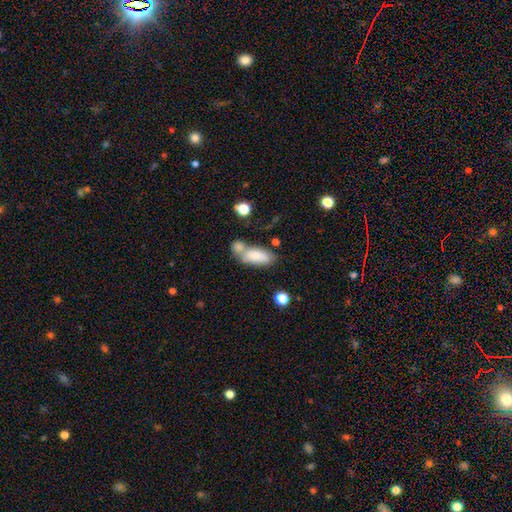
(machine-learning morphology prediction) A smooth galaxy with no disk features (80%) that is in between round and cigar-shaped (85%).

Vote fractions:
- Smooth or featured? smooth: 80% / featured or disk: 13% / star or artifact: 7%
- How rounded? in between: 85% / cigar-shaped: 12% / round: 3%
- Merging? merger: 42% / none: 38% / minor disturbance: 14% / major disturbance: 6%